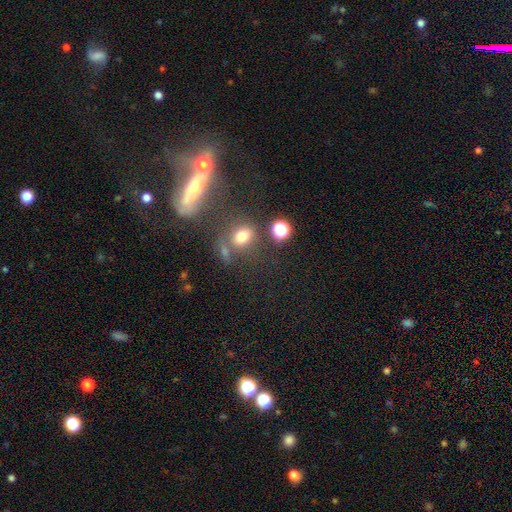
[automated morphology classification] type=smooth (42%); merging=merger (43%).